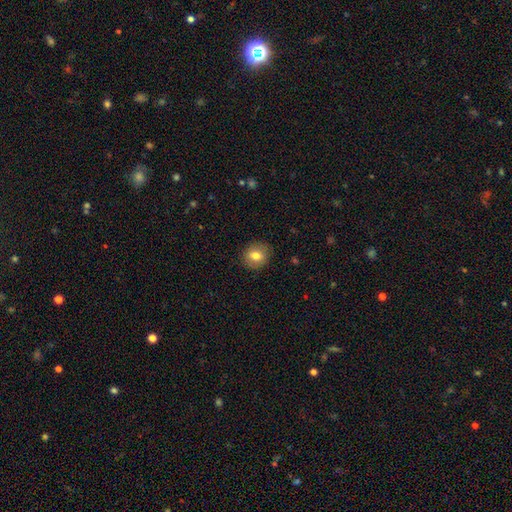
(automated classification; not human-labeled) Smooth or featured: smooth — 78% (featured or disk — 13%)
How rounded: round — 77% (in between — 22%)
Merging: none — 88% (minor disturbance — 8%)